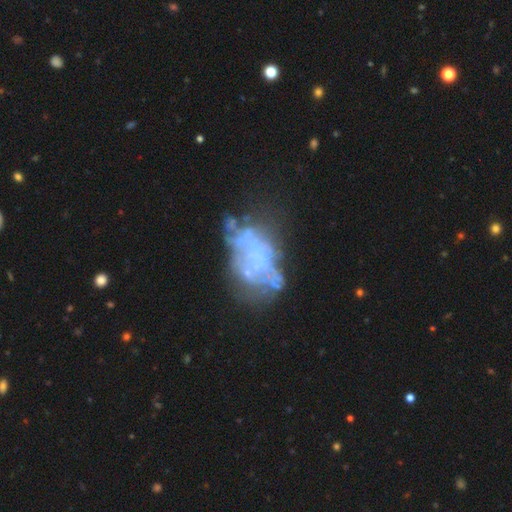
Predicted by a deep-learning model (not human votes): Q: Smooth or featured?
A: featured or disk (64%); runner-up: smooth (23%)
Q: Edge-on disk?
A: no (97%); runner-up: yes (3%)
Q: Bar?
A: no (91%); runner-up: weak (6%)
Q: Spiral arms?
A: no (89%); runner-up: yes (11%)
Q: Bulge size?
A: none (80%); runner-up: small (9%)
Q: Merging?
A: none (37%); runner-up: major disturbance (29%)